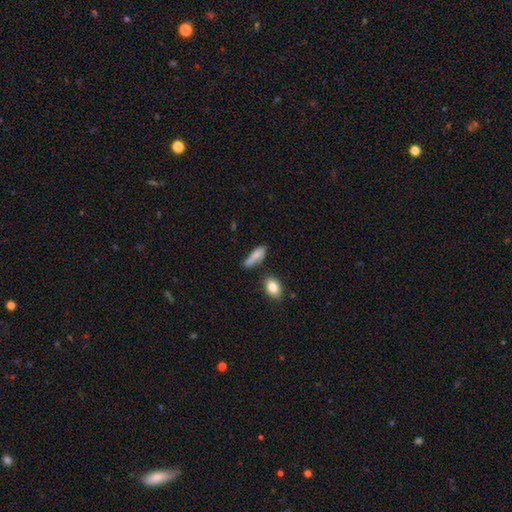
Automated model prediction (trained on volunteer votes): smooth-or-featured: smooth: 75% | featured or disk: 17% | star or artifact: 8%
  how-rounded: cigar-shaped: 49% | in between: 48% | round: 3%
  merging: none: 52% | minor disturbance: 26% | merger: 13% | major disturbance: 9%